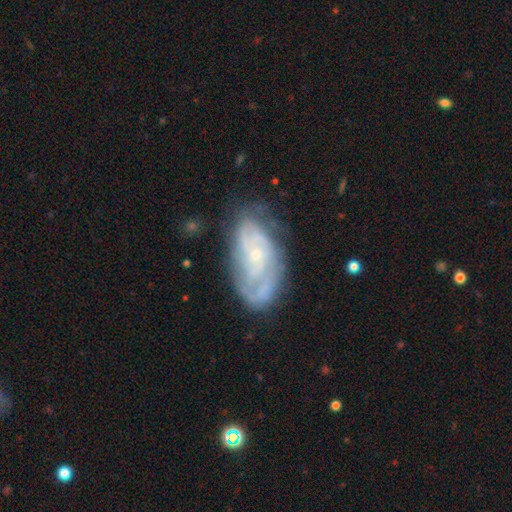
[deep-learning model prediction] featured or disk 77%, smooth 16%, star or artifact 6%. Down the decision tree: edge-on disk — no (95%); bar — no (74%); spiral arms — yes (86%); spiral arm count — can't tell (42%); spiral winding — tight (58%); bulge size — small (76%); merging — none (63%).